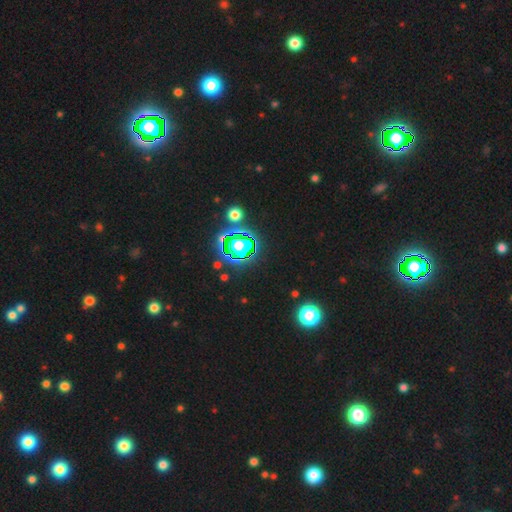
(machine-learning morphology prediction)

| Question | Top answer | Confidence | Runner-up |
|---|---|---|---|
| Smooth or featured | star or artifact | 81% | smooth (11%) |